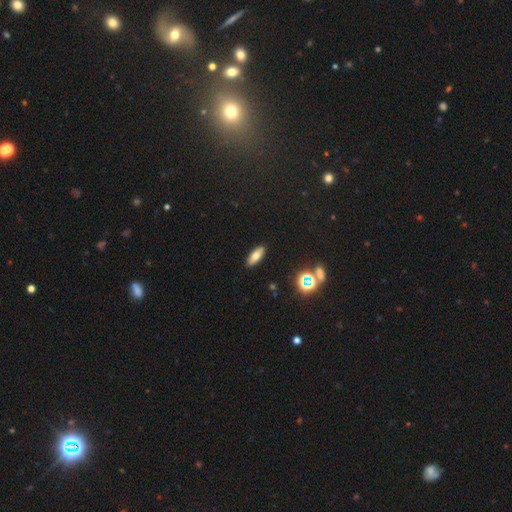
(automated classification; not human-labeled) This appears to be a smooth galaxy with no disk features (70%) that is in between round and cigar-shaped (69%). Merging: none (90%).